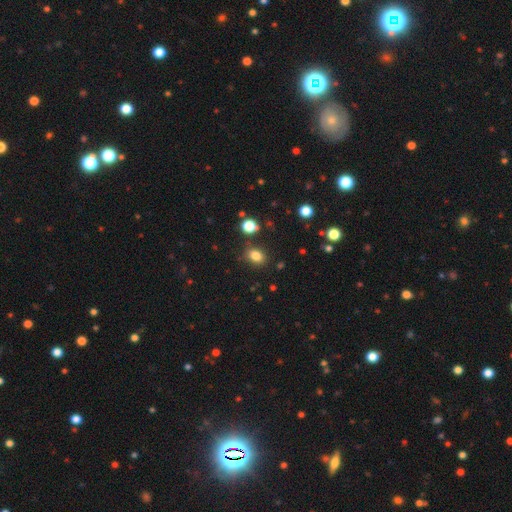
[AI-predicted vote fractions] smooth 82%, star or artifact 13%, featured or disk 5%. Down the decision tree: how rounded — in between (58%); merging — none (80%).